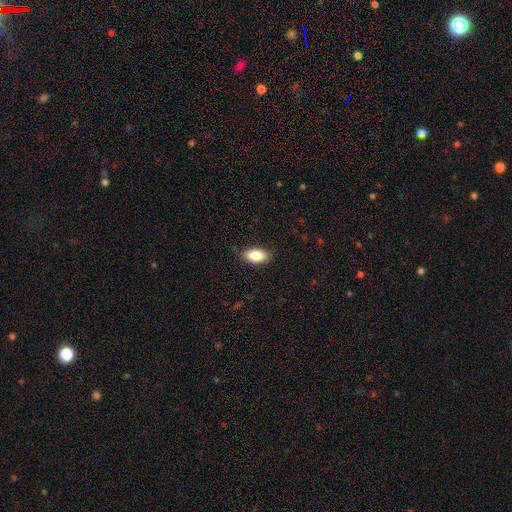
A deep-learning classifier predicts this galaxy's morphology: Smooth or featured?
  - smooth: 87% *
  - star or artifact: 7%
  - featured or disk: 7%
How rounded?
  - in between: 93% *
  - cigar-shaped: 4%
  - round: 3%
Merging?
  - none: 87% *
  - minor disturbance: 10%
  - major disturbance: 2%
  - merger: 1%